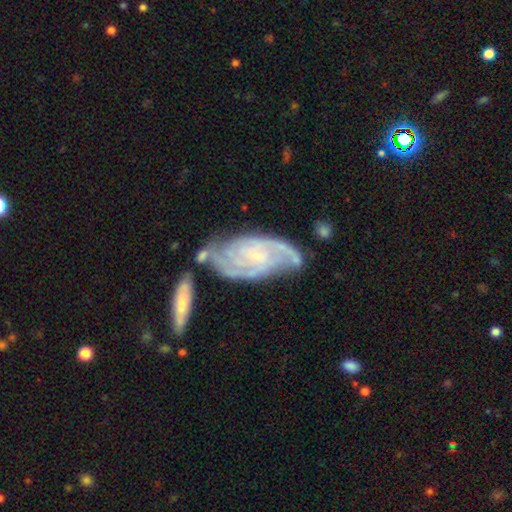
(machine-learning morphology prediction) Smooth or featured? Predicted: featured or disk (p=0.88). Edge-on disk? Predicted: no (p=0.95). Bar? Predicted: no (p=0.59). Spiral arms? Predicted: yes (p=0.97). Spiral winding? Predicted: tight (p=0.59). Spiral arm count? Predicted: 2 (p=0.47). Bulge size? Predicted: small (p=0.81). Merging? Predicted: none (p=0.55).